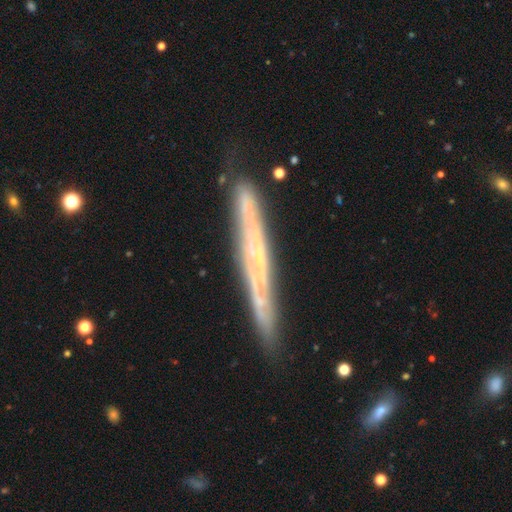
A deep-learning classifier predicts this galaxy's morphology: The model was most divided on "smooth or featured": featured or disk: 72%, smooth: 22%, star or artifact: 7%. More confident: edge-on disk — yes (83%); merging — none (78%); edge-on bulge — none (74%).